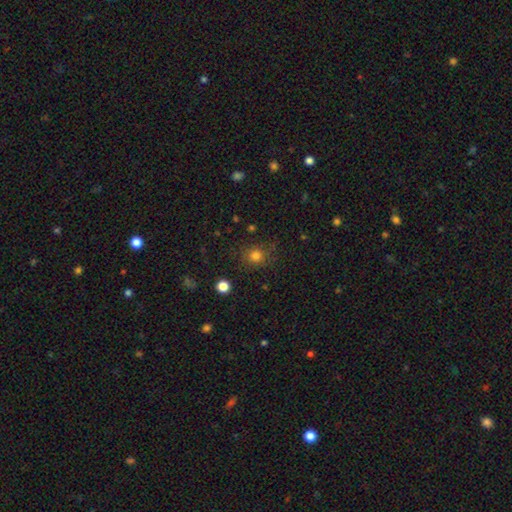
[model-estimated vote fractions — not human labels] This is likely a smooth galaxy (79%). How rounded: clearly round (86%). Merging: clearly none (82%).